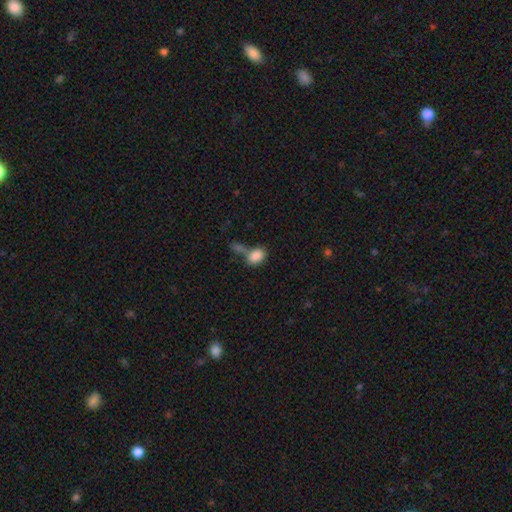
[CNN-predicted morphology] smooth-or-featured: smooth: 85% | star or artifact: 8% | featured or disk: 7%
  how-rounded: in between: 83% | round: 15% | cigar-shaped: 2%
  merging: none: 42% | merger: 36% | minor disturbance: 14% | major disturbance: 9%